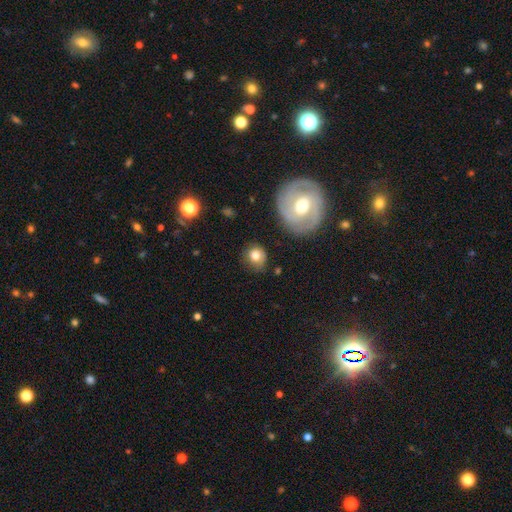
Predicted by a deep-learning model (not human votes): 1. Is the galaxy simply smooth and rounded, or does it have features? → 76% smooth, 15% featured or disk, 10% star or artifact.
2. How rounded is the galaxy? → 78% round, 21% in between, 1% cigar-shaped.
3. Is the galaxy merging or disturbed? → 72% none, 18% minor disturbance, 7% major disturbance, 4% merger.